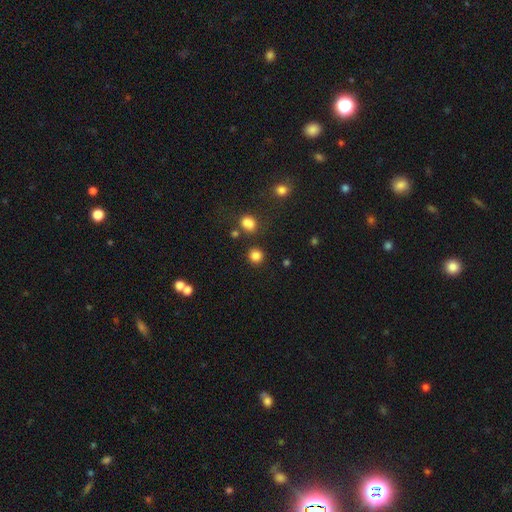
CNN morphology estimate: This is clearly a smooth galaxy (83%). How rounded: clearly round (91%). Merging: clearly none (85%).